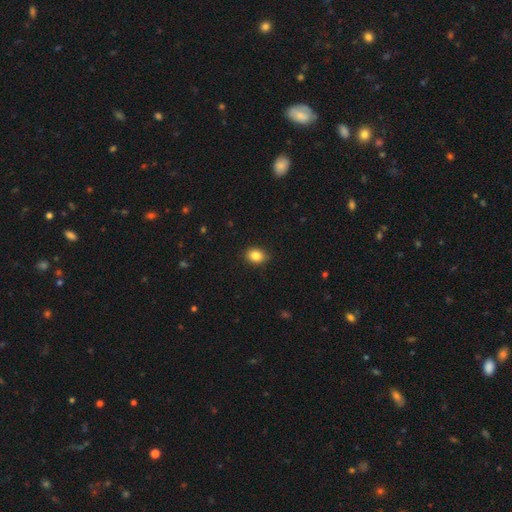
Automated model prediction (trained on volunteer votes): smooth-or-featured: smooth: 85% | star or artifact: 9% | featured or disk: 5%
  how-rounded: in between: 55% | round: 44% | cigar-shaped: 1%
  merging: none: 87% | minor disturbance: 10% | major disturbance: 2% | merger: 1%